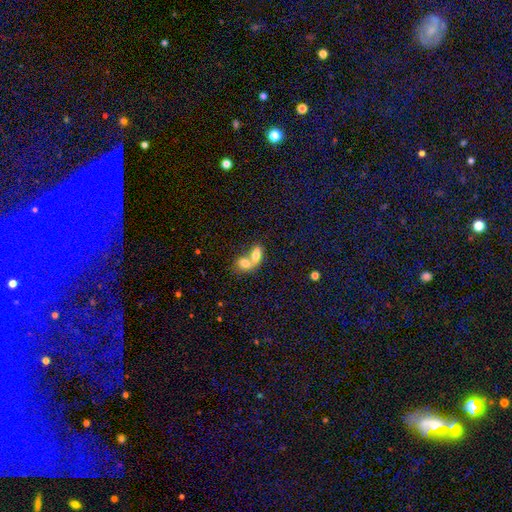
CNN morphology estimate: Smooth or featured? smooth (75%)
How rounded? in between (85%)
Merging? merger (77%)